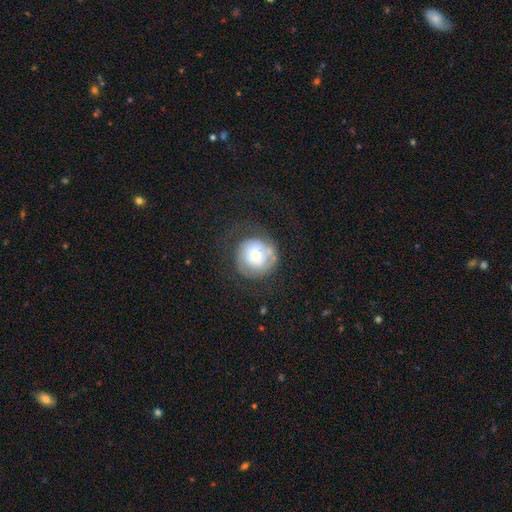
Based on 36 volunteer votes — Q: Smooth or featured?
A: smooth (50%); runner-up: featured or disk (42%)
Q: How rounded?
A: round (94%); runner-up: in between (6%)
Q: Merging?
A: none (42%); runner-up: major disturbance (27%)